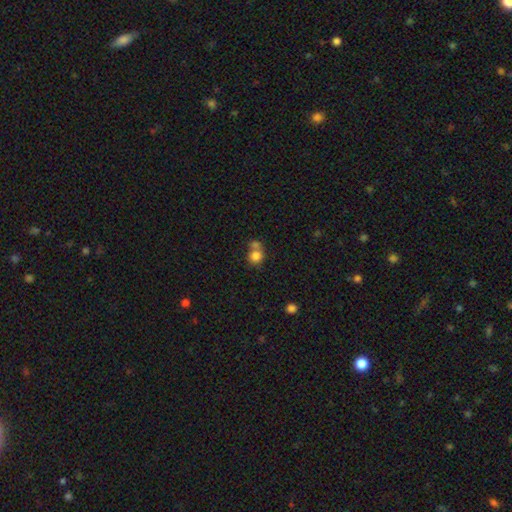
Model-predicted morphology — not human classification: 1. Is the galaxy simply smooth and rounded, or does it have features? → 81% smooth, 10% star or artifact, 9% featured or disk.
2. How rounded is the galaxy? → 83% round, 16% in between, 1% cigar-shaped.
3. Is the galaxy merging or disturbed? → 45% none, 42% merger, 9% minor disturbance, 4% major disturbance.